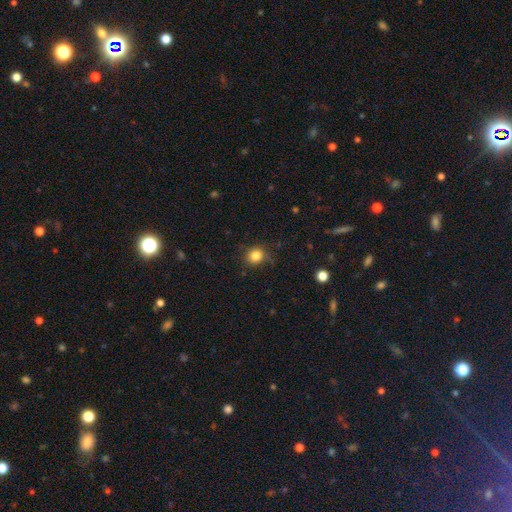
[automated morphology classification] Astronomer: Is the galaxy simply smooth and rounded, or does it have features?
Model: smooth — 83%.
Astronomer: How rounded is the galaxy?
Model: round — 83%.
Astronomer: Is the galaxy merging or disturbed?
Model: none — 79%.